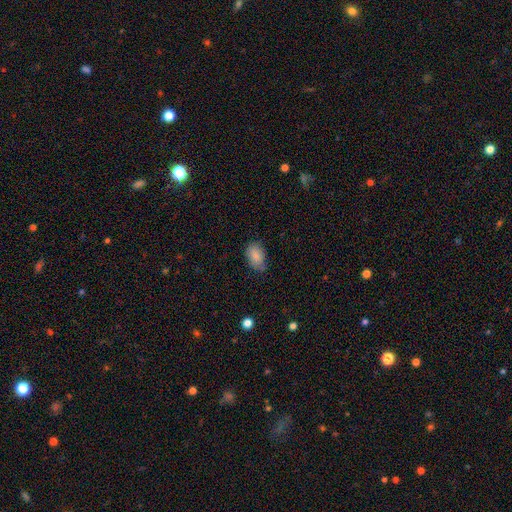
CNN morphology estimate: A smooth galaxy with no disk features (86%) that is in between round and cigar-shaped (91%). Merging: none (66%).